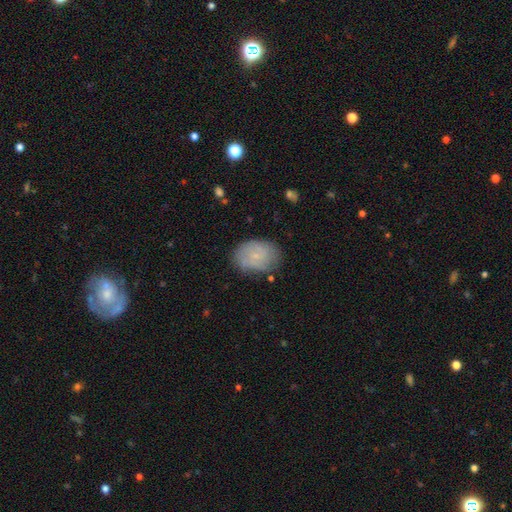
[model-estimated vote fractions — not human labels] This is possibly a smooth galaxy (54%). How rounded: likely in between (71%). Merging: likely none (71%).